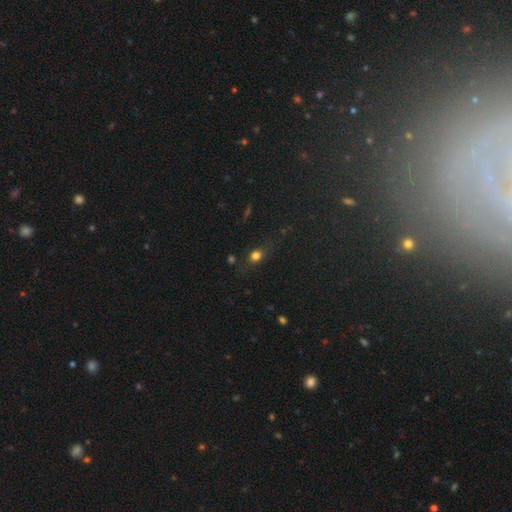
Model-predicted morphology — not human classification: type=smooth (70%); roundness=in between (47%, tied with round); merging=none (72%).